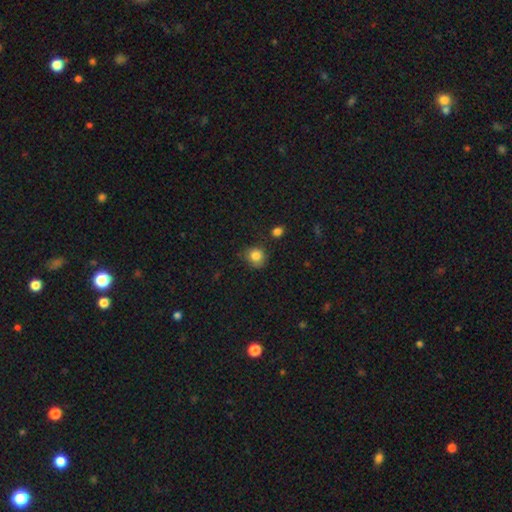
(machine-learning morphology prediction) This is clearly a smooth galaxy (84%). How rounded: clearly round (81%). Merging: likely none (74%).